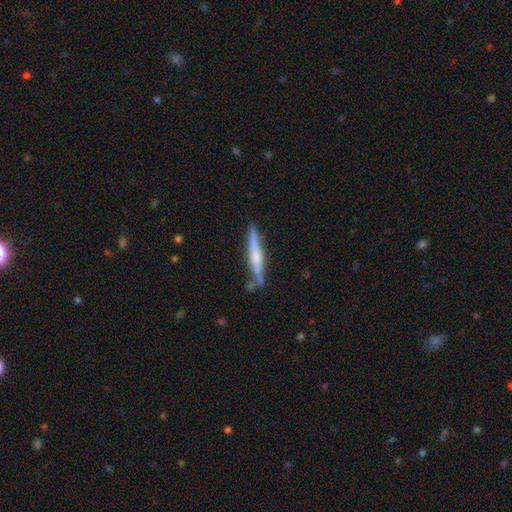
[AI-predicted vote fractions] A featured or disk galaxy (63%) viewed edge-on (97%) with a rounded central bulge (70%). Merging: none (82%).